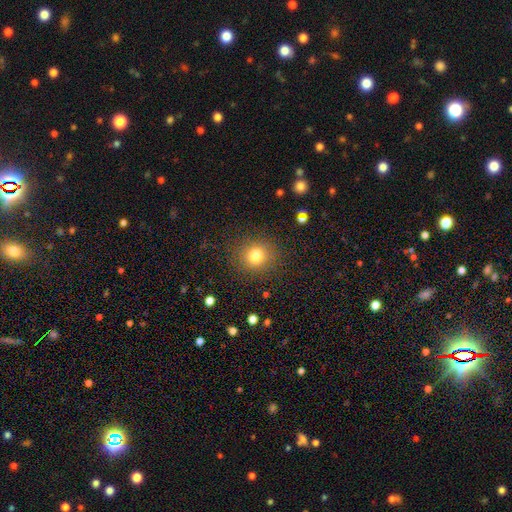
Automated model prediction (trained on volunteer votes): Smooth or featured? smooth (78%)
How rounded? round (88%)
Merging? none (87%)